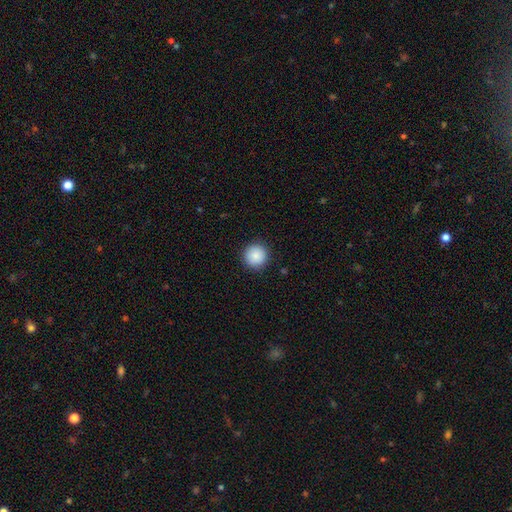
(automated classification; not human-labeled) Smooth or featured? smooth (88%)
How rounded? round (95%)
Merging? none (92%)